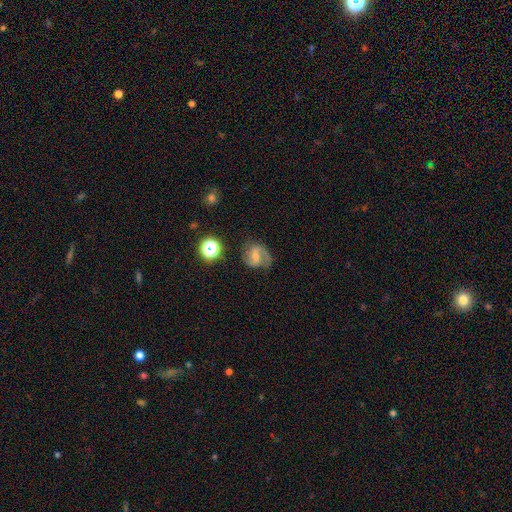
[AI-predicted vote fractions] Smooth or featured: featured or disk — 67% (smooth — 22%)
Edge-on disk: no — 97% (yes — 3%)
Bar: weak — 50% (no — 27%)
Spiral arms: yes — 91% (no — 9%)
Spiral winding: medium — 50% (loose — 32%)
Spiral arm count: 2 — 82% (can't tell — 8%)
Bulge size: small — 51% (moderate — 35%)
Merging: none — 66% (minor disturbance — 21%)